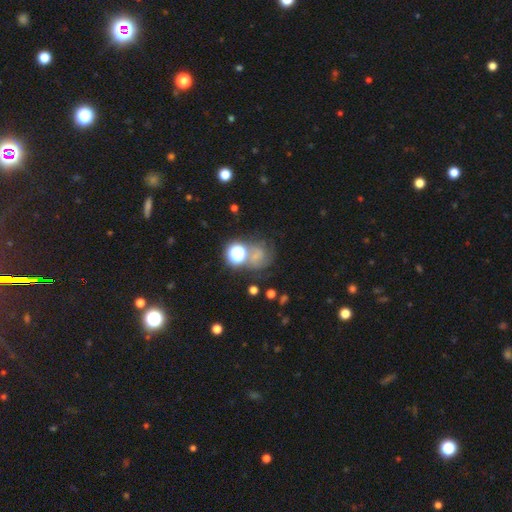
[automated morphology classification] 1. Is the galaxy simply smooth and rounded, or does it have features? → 45% smooth, 29% star or artifact, 26% featured or disk.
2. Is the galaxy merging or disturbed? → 48% none, 19% major disturbance, 19% minor disturbance, 15% merger.